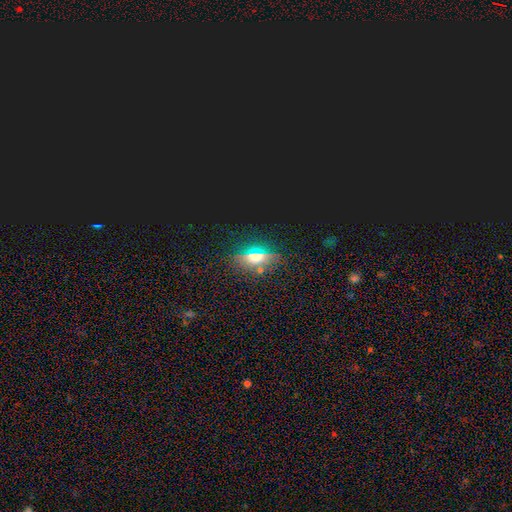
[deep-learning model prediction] Morphology: type=smooth (42%); merging=none (85%).